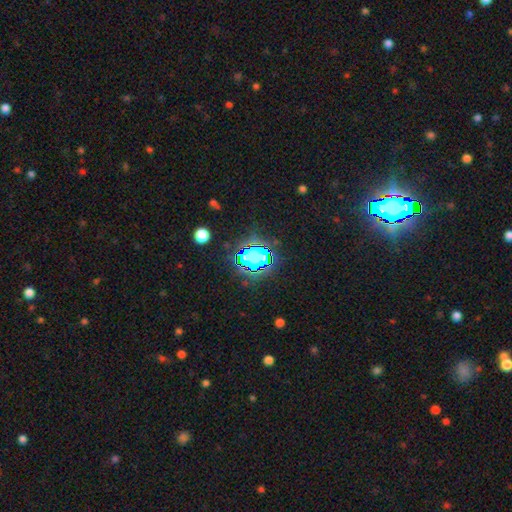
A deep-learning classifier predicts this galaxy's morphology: Overall: star or artifact (63%; smooth 25%).